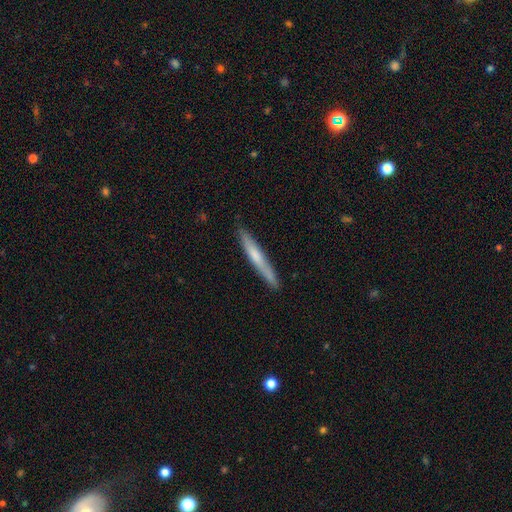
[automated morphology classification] smooth-or-featured: smooth: 53% | featured or disk: 41% | star or artifact: 6%
  how-rounded: cigar-shaped: 96% | in between: 3% | round: 1%
  merging: none: 88% | minor disturbance: 9% | major disturbance: 2% | merger: 1%